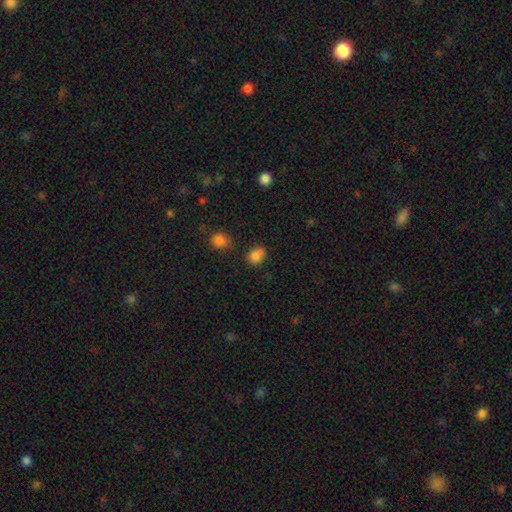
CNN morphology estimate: Smooth or featured?
  - smooth: 82% *
  - star or artifact: 12%
  - featured or disk: 6%
How rounded?
  - in between: 57% *
  - round: 42%
  - cigar-shaped: 1%
Merging?
  - none: 64% *
  - minor disturbance: 23%
  - merger: 7%
  - major disturbance: 5%